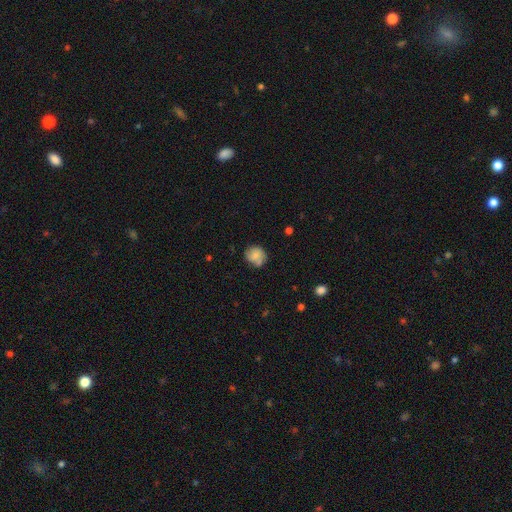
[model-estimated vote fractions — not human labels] A smooth galaxy with no disk features (66%) that is round (75%). Merging: none (59%).